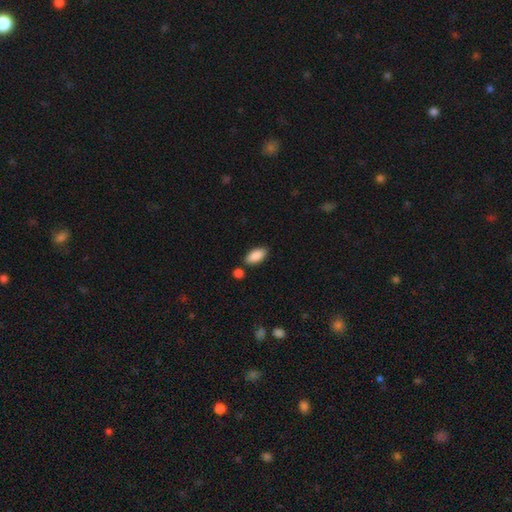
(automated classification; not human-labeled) The model was most divided on "merging": none: 79%, minor disturbance: 12%, merger: 7%, major disturbance: 3%. More confident: how rounded — in between (91%); smooth or featured — smooth (89%).